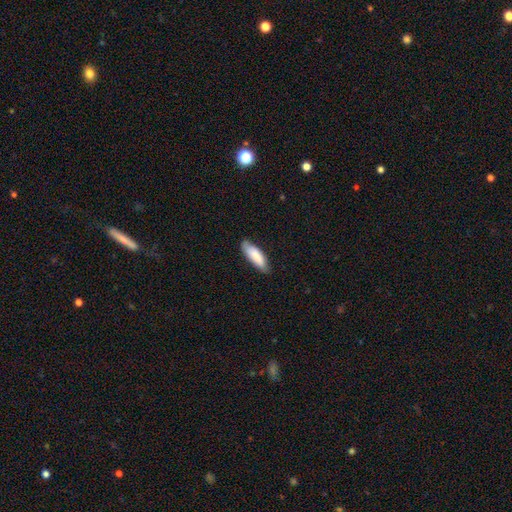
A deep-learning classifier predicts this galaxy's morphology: type=smooth (84%); roundness=in between (56%); merging=none (80%).